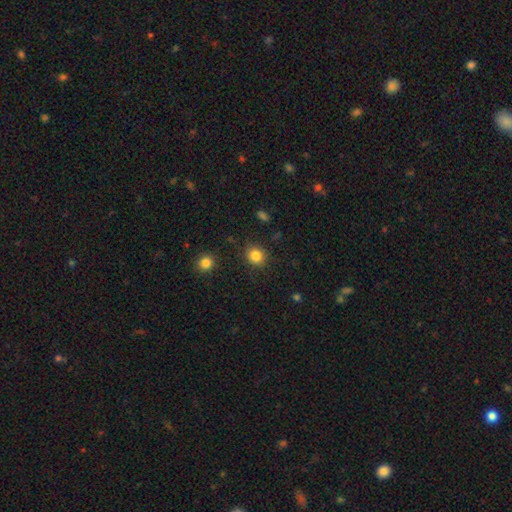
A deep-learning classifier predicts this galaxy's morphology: A smooth galaxy with no disk features (84%) that is round (78%).

Vote fractions:
- Smooth or featured? smooth: 84% / star or artifact: 11% / featured or disk: 5%
- How rounded? round: 78% / in between: 21% / cigar-shaped: 1%
- Merging? none: 87% / minor disturbance: 8% / major disturbance: 3% / merger: 2%